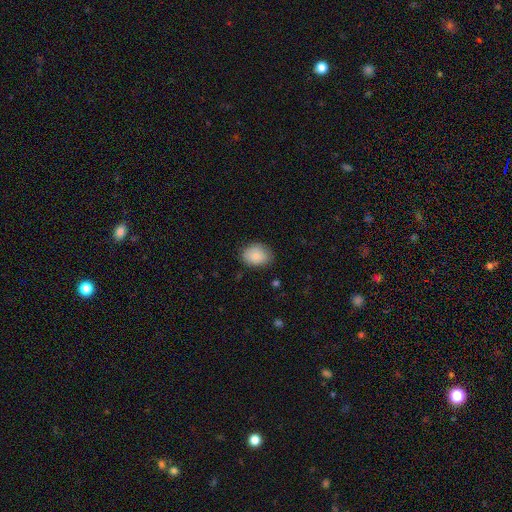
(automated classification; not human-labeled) Overall: smooth (84%). How rounded: in between (63%; round 37%). Merging: none (77%).